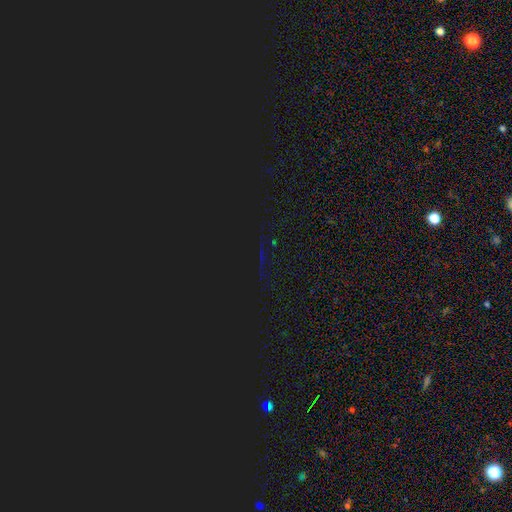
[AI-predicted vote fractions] Smooth or featured: star or artifact — 83% (smooth — 10%)